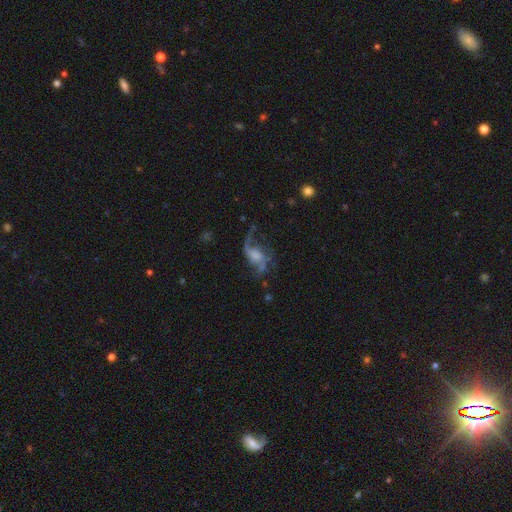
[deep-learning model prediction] Overall: featured or disk (77%). Edge-on disk: no (97%). Bar: no (56%; weak 34%). Spiral arms: yes (90%). Spiral arm count: 2 (54%; 1 19%). Spiral winding: loose (74%). Bulge size: none (28%; moderate 26%). Merging: none (42%; major disturbance 38%).